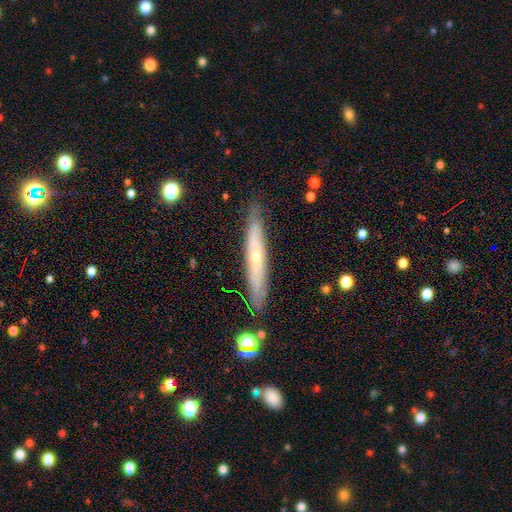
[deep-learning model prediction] This is likely a featured or disk galaxy (63%). It is clearly viewed edge-on (81%). Edge-on bulge: likely rounded (67%). Merging: clearly none (85%).